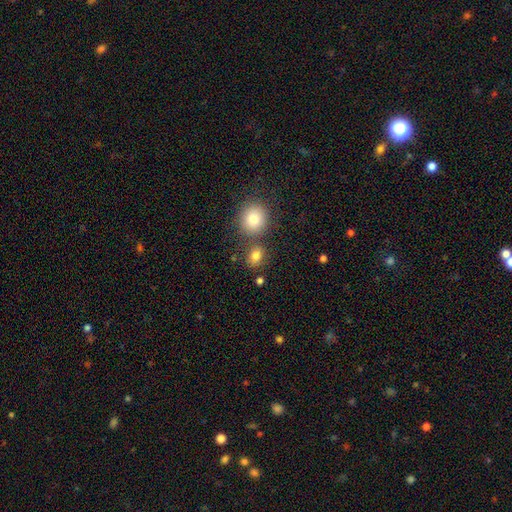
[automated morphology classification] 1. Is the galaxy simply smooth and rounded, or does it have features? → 81% smooth, 12% star or artifact, 7% featured or disk.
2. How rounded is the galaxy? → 50% in between, 48% round, 1% cigar-shaped.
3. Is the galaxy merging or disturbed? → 70% none, 15% merger, 11% minor disturbance, 4% major disturbance.